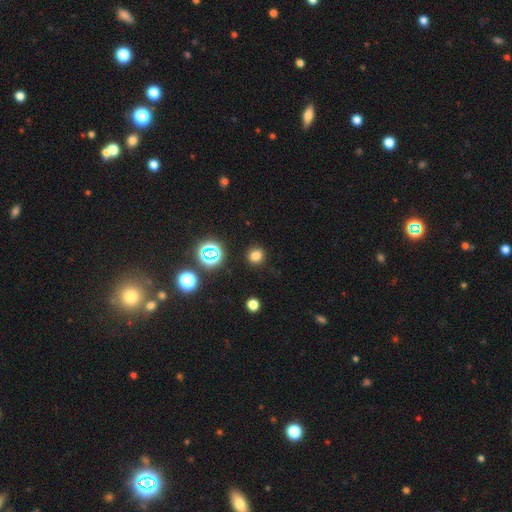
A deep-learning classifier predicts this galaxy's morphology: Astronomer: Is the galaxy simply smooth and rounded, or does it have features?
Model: smooth — 75%.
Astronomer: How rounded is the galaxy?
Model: round — 90%.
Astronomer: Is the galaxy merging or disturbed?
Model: none — 90%.